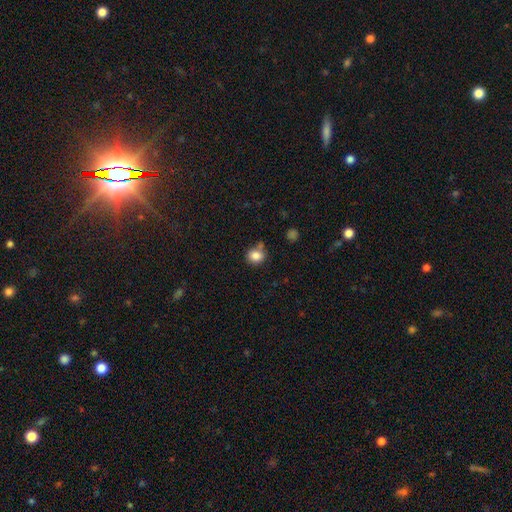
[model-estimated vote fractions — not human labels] A smooth galaxy with no disk features (84%) that is round (75%). Merging: none (66%).